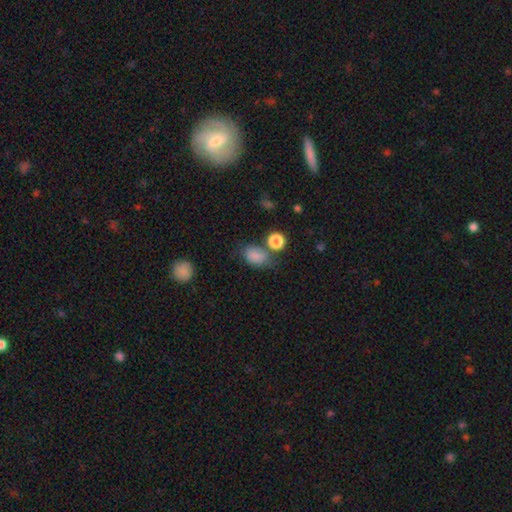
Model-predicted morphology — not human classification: Overall: smooth (81%). How rounded: in between (74%). Merging: none (56%; minor disturbance 21%).